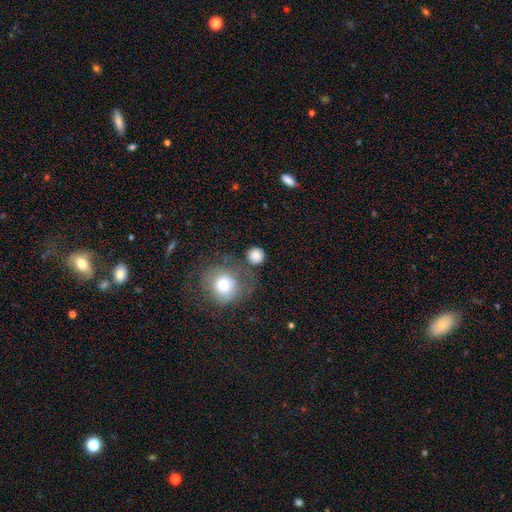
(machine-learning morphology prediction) smooth 84%, star or artifact 10%, featured or disk 6%. Down the decision tree: how rounded — round (91%); merging — none (75%).